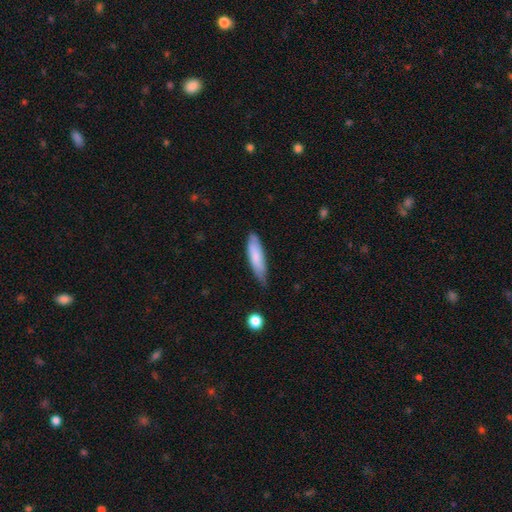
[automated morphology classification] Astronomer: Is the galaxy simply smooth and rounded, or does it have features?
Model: smooth — 79%.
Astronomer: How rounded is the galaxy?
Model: cigar-shaped — 68%.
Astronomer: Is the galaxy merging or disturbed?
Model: none — 65%.